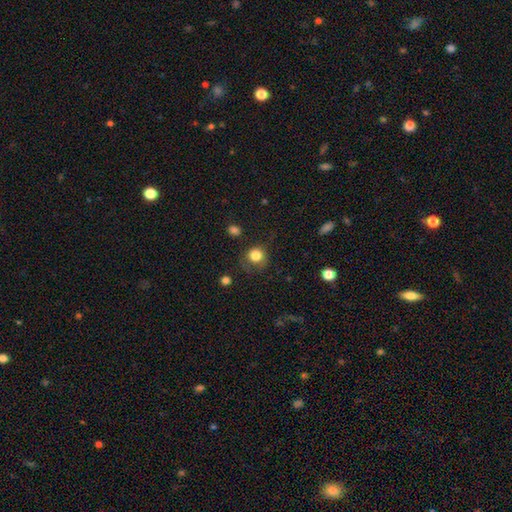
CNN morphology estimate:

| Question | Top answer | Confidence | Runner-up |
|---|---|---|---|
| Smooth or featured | smooth | 83% | star or artifact (10%) |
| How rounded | round | 86% | in between (13%) |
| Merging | none | 67% | minor disturbance (20%) |